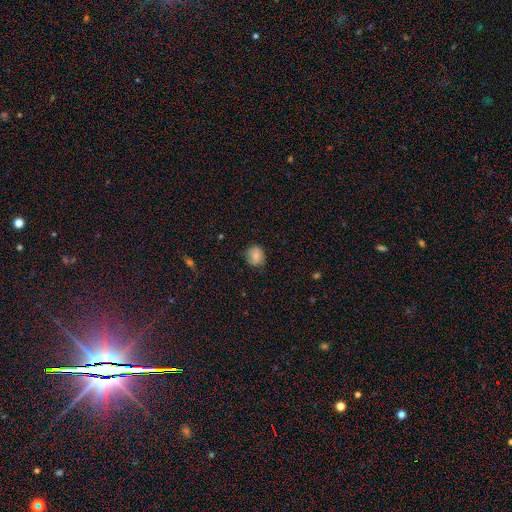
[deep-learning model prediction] smooth 75%, featured or disk 16%, star or artifact 9%. Down the decision tree: how rounded — round (77%); merging — none (74%).